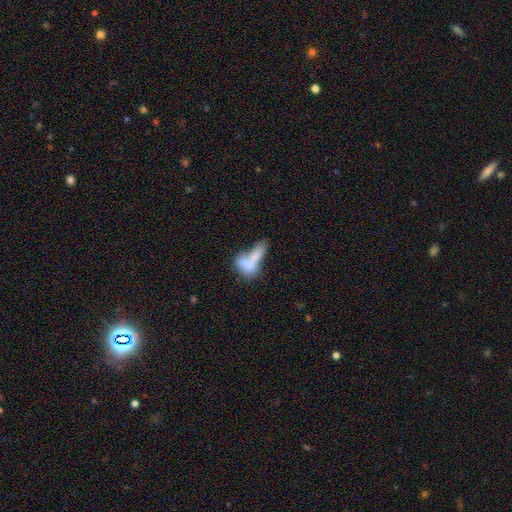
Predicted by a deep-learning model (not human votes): Q: Smooth or featured?
A: smooth (67%); runner-up: featured or disk (24%)
Q: How rounded?
A: in between (70%); runner-up: cigar-shaped (22%)
Q: Merging?
A: merger (58%); runner-up: none (17%)